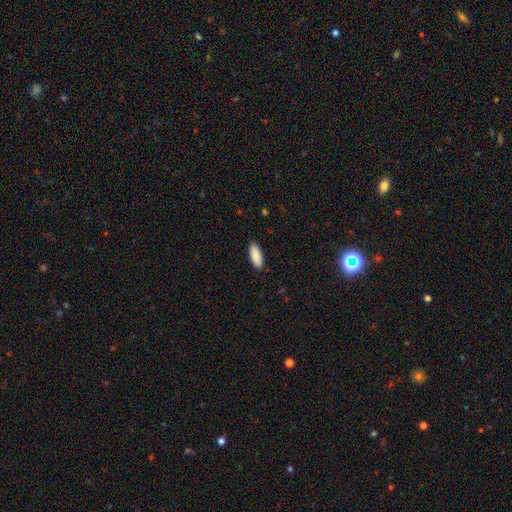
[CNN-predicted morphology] Smooth or featured?
  - smooth: 90% *
  - star or artifact: 6%
  - featured or disk: 5%
How rounded?
  - in between: 76% *
  - cigar-shaped: 23%
  - round: 2%
Merging?
  - none: 89% *
  - minor disturbance: 9%
  - major disturbance: 2%
  - merger: 1%